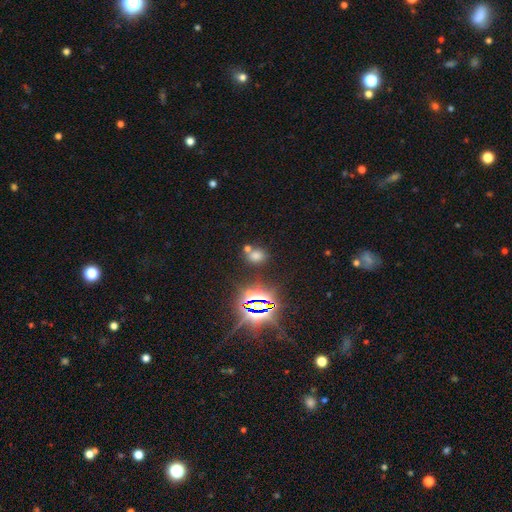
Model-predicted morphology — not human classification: This appears to be a smooth galaxy with no disk features (58%) that is round (53%). Merging: none (61%).